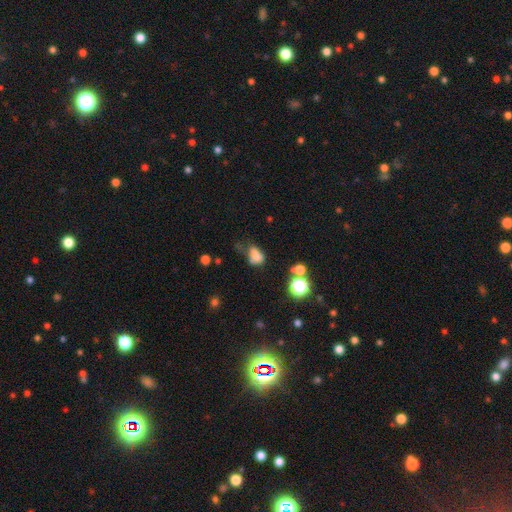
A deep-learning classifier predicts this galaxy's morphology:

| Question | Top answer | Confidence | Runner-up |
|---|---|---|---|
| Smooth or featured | smooth | 69% | star or artifact (17%) |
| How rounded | in between | 75% | round (23%) |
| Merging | none | 29% | minor disturbance (28%) |